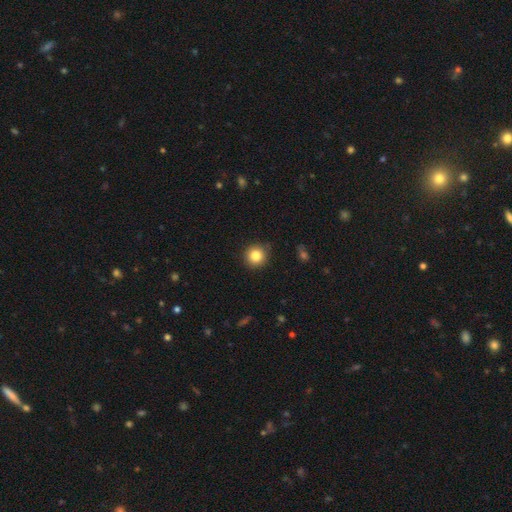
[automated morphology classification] Smooth or featured? Predicted: smooth (p=0.83). How rounded? Predicted: round (p=0.94). Merging? Predicted: none (p=0.90).